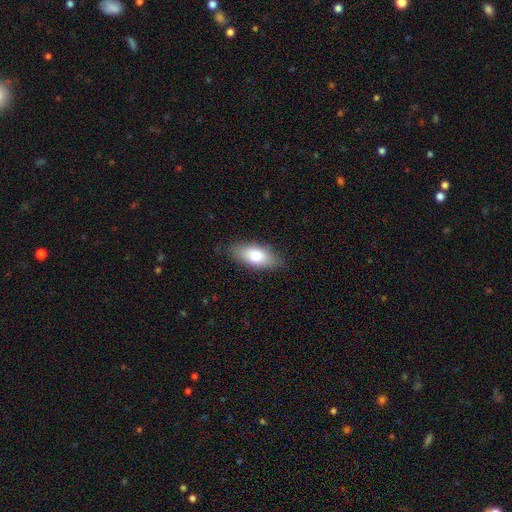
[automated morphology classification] smooth 77%, featured or disk 16%, star or artifact 7%. Down the decision tree: how rounded — in between (86%); merging — none (83%).